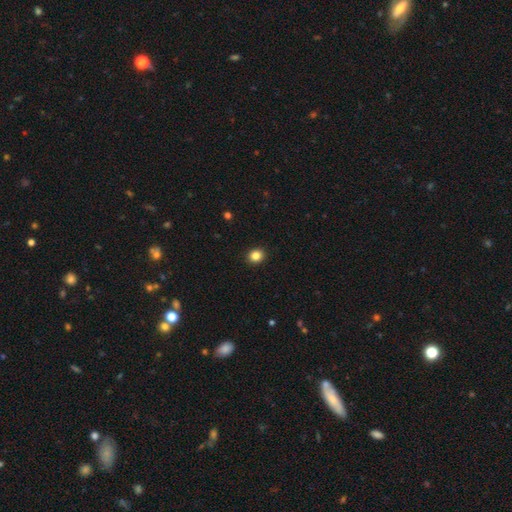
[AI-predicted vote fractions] smooth_or_featured: smooth (p=0.85) [alt: star or artifact p=0.11]
how_rounded: round (p=0.78) [alt: in between p=0.21]
merging: none (p=0.92) [alt: minor disturbance p=0.05]